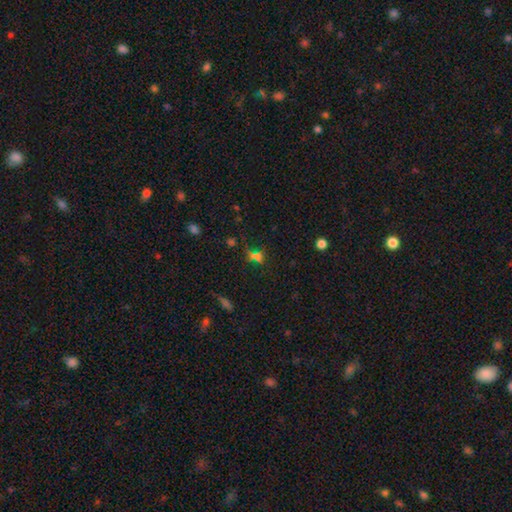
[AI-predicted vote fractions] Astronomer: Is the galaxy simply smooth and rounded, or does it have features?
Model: star or artifact — 50% (runner-up: smooth, 39%).